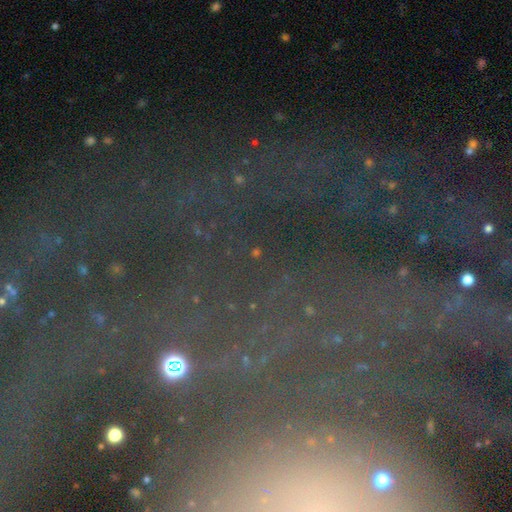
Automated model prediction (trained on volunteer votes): Smooth or featured? Predicted: star or artifact (p=0.68).